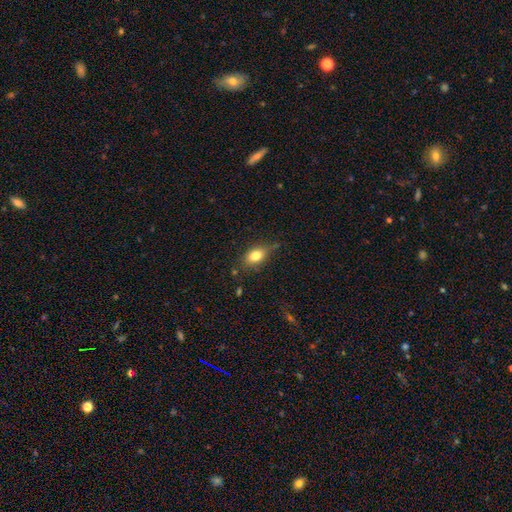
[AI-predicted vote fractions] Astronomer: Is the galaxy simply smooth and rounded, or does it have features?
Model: smooth — 79%.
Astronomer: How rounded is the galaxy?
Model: in between — 79%.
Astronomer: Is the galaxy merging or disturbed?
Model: none — 68%.